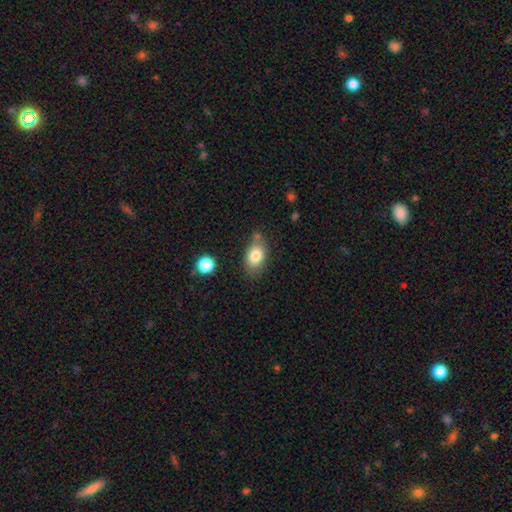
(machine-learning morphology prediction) type=smooth (81%); roundness=in between (83%); merging=none (68%).